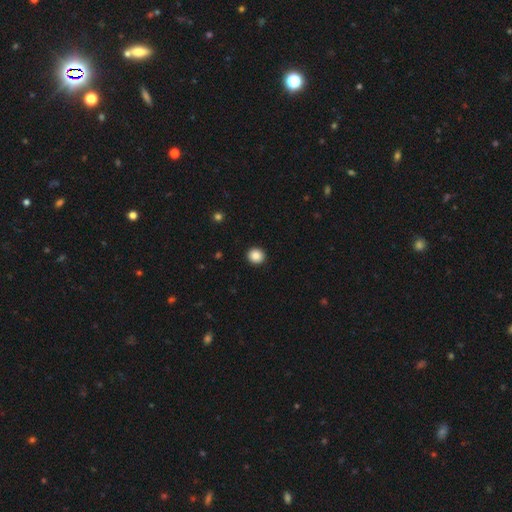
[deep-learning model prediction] A smooth galaxy with no disk features (88%) that is round (88%).

Vote fractions:
- Smooth or featured? smooth: 88% / star or artifact: 9% / featured or disk: 3%
- How rounded? round: 88% / in between: 11% / cigar-shaped: 1%
- Merging? none: 93% / minor disturbance: 5% / major disturbance: 2% / merger: 1%